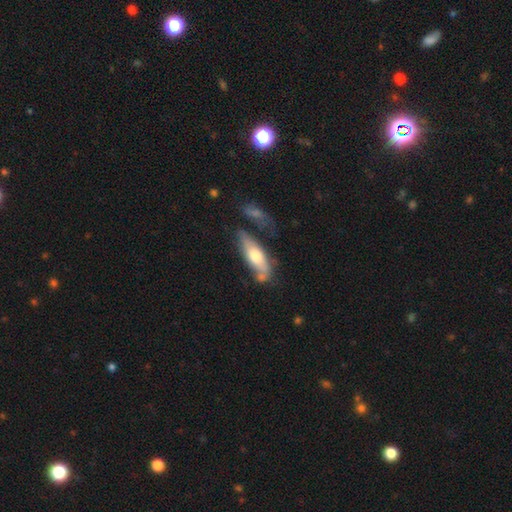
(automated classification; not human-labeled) The model was most divided on "how rounded": in between: 54%, cigar-shaped: 44%, round: 2%. More confident: smooth or featured — smooth (55%); merging — none (50%).